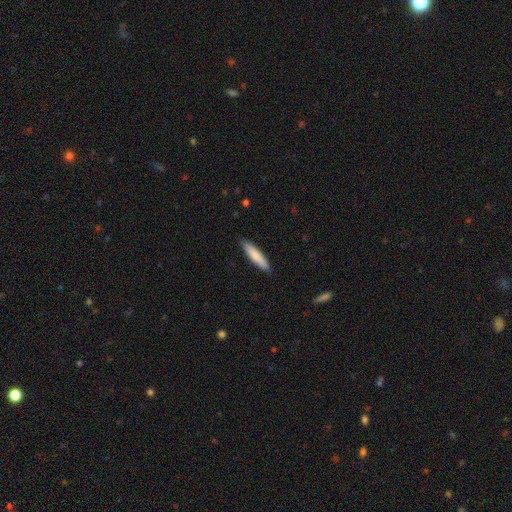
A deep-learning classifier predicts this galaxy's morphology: type=smooth (83%); roundness=cigar-shaped (83%); merging=none (88%).